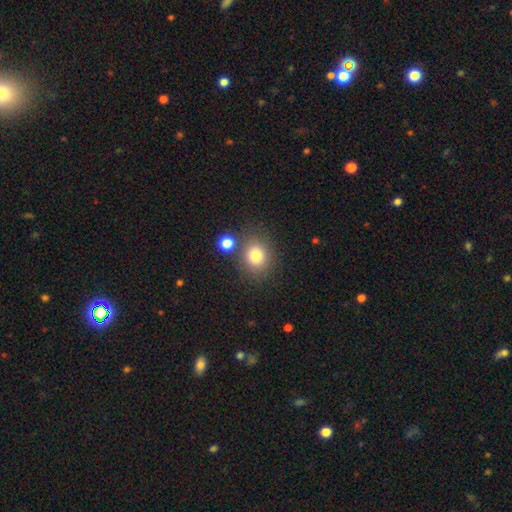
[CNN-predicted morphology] A smooth galaxy with no disk features (80%) that is round (71%).

Vote fractions:
- Smooth or featured? smooth: 80% / star or artifact: 11% / featured or disk: 9%
- How rounded? round: 71% / in between: 28% / cigar-shaped: 1%
- Merging? none: 73% / merger: 12% / minor disturbance: 11% / major disturbance: 4%